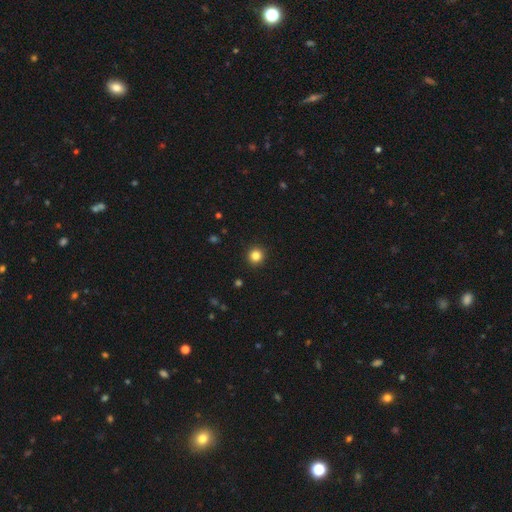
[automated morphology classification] Smooth or featured? Predicted: smooth (p=0.84). How rounded? Predicted: round (p=0.95). Merging? Predicted: none (p=0.93).